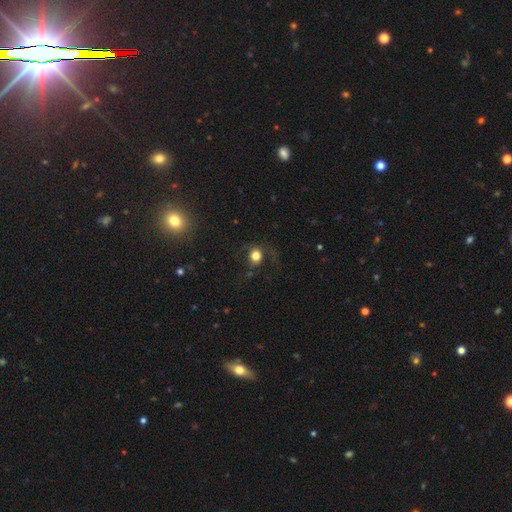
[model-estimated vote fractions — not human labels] This appears to be a smooth galaxy with no disk features (69%) that is round (82%). Merging: none (63%).